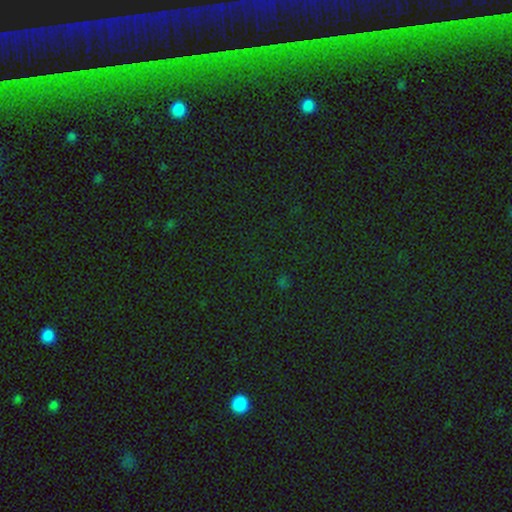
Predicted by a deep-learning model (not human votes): Smooth or featured?
  - star or artifact: 76% *
  - smooth: 15%
  - featured or disk: 9%